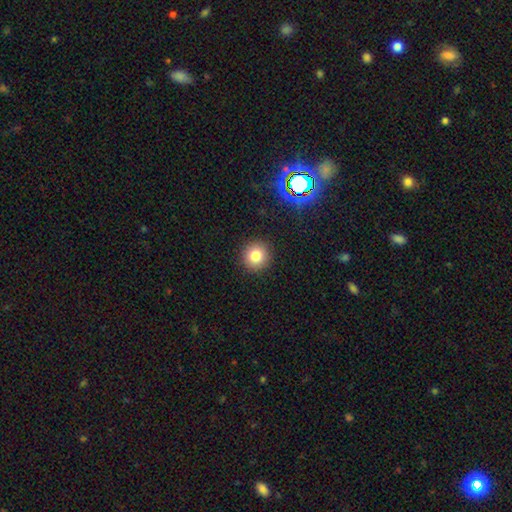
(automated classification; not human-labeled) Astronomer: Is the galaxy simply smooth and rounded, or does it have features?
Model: smooth — 80%.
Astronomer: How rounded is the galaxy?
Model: round — 93%.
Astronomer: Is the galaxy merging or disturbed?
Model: none — 92%.